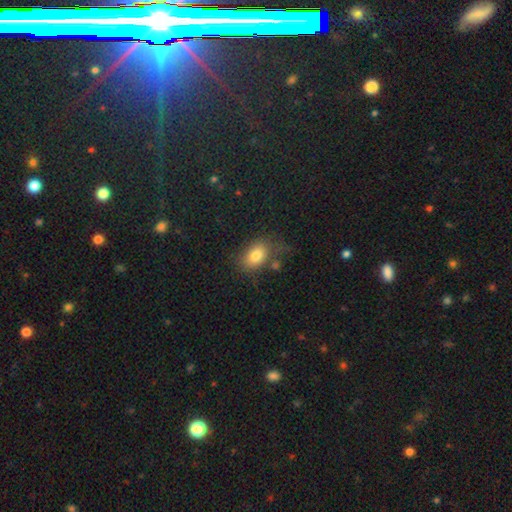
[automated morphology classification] smooth_or_featured: smooth (p=0.80) [alt: featured or disk p=0.11]
how_rounded: in between (p=0.82) [alt: round p=0.16]
merging: none (p=0.63) [alt: minor disturbance p=0.21]